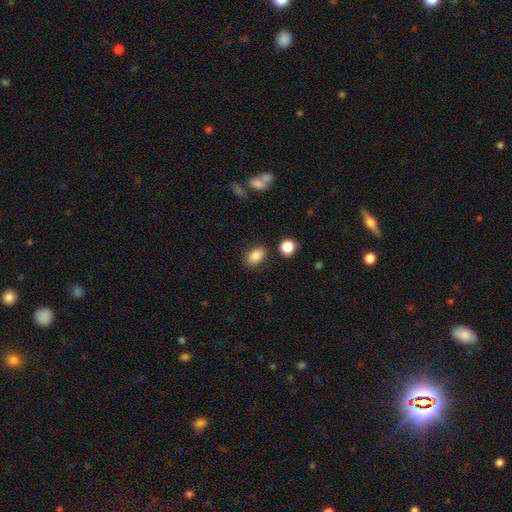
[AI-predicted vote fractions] smooth-or-featured: smooth: 85% | star or artifact: 9% | featured or disk: 6%
  how-rounded: in between: 84% | round: 14% | cigar-shaped: 2%
  merging: none: 84% | minor disturbance: 10% | merger: 3% | major disturbance: 3%